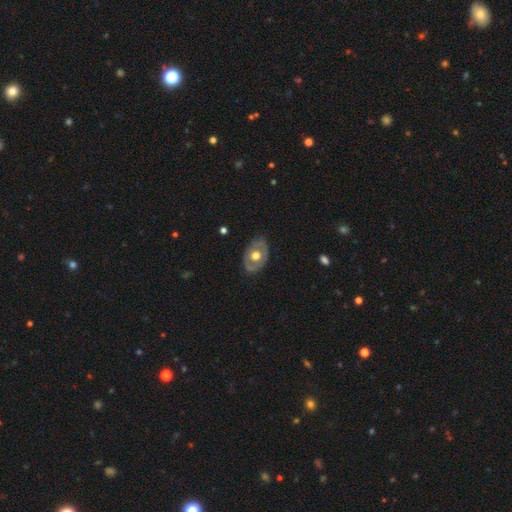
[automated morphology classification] Smooth or featured? Predicted: featured or disk (p=0.54). Edge-on disk? Predicted: no (p=0.91). Merging? Predicted: none (p=0.75).